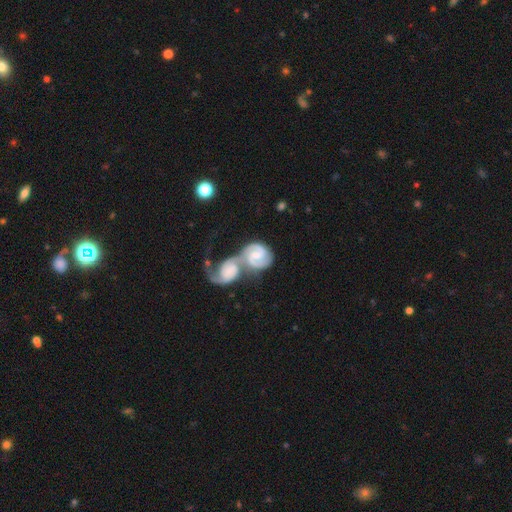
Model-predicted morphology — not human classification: Smooth or featured? Predicted: featured or disk (p=0.83). Edge-on disk? Predicted: no (p=0.97). Bar? Predicted: no (p=0.47). Spiral arms? Predicted: yes (p=0.96). Spiral winding? Predicted: tight (p=0.46). Spiral arm count? Predicted: 2 (p=0.84). Bulge size? Predicted: small (p=0.46). Merging? Predicted: merger (p=0.79).